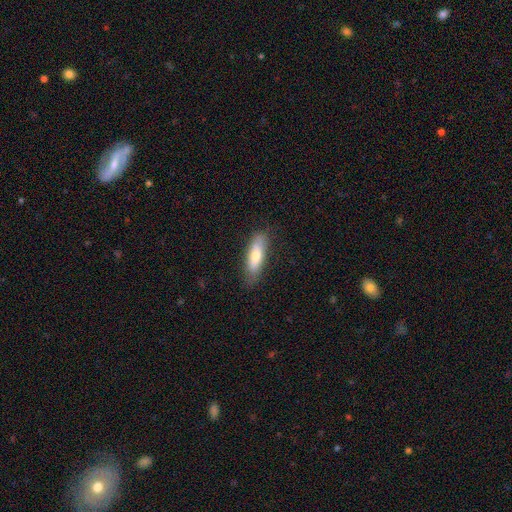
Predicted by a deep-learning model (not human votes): Smooth or featured: smooth — 66% (featured or disk — 27%)
How rounded: cigar-shaped — 52% (in between — 46%)
Merging: none — 80% (minor disturbance — 15%)